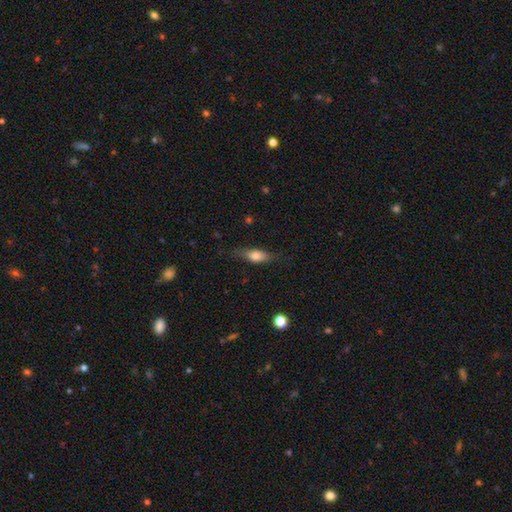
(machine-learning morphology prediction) Overall: smooth (70%). How rounded: in between (66%; cigar-shaped 30%). Merging: none (73%).